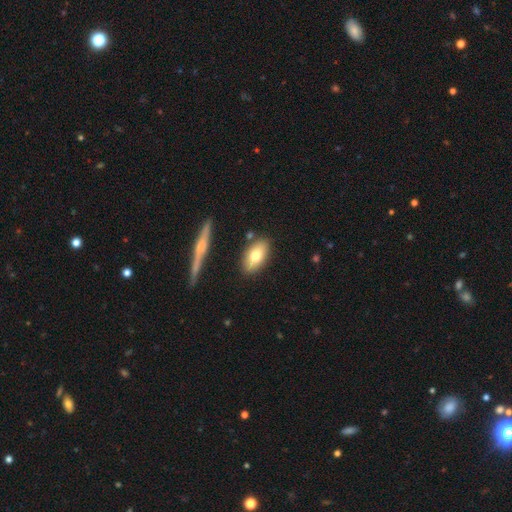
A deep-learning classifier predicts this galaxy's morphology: Smooth or featured? smooth (72%)
How rounded? in between (89%)
Merging? none (81%)